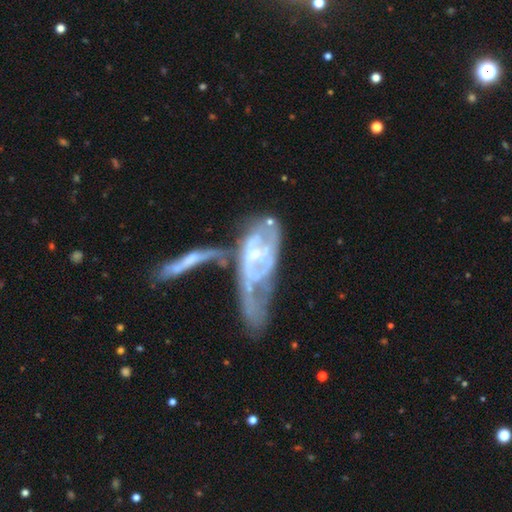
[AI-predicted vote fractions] Smooth or featured? featured or disk (78%)
Edge-on disk? no (90%)
Bar? no (57%)
Spiral arms? yes (74%)
Spiral winding? tight (42%)
Spiral arm count? can't tell (42%)
Bulge size? small (56%)
Merging? merger (52%)